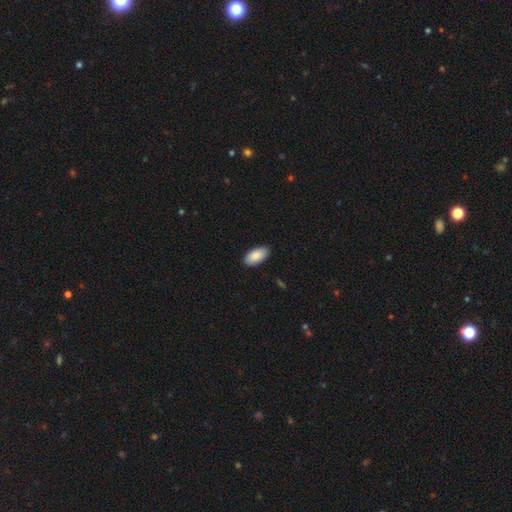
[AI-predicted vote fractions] A smooth galaxy with no disk features (89%) that is in between round and cigar-shaped (95%). Merging: none (88%).